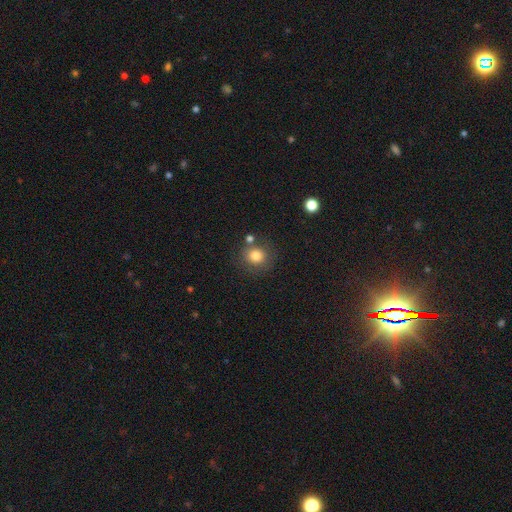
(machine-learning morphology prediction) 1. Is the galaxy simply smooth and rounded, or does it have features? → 80% smooth, 12% star or artifact, 8% featured or disk.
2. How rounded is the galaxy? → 86% round, 13% in between, 1% cigar-shaped.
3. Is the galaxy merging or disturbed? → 75% none, 11% minor disturbance, 10% merger, 4% major disturbance.